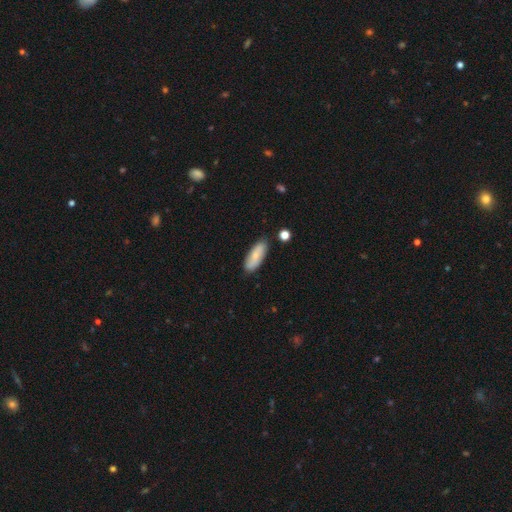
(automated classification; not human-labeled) Smooth or featured: smooth — 76% (featured or disk — 18%)
How rounded: in between — 71% (cigar-shaped — 27%)
Merging: none — 82% (minor disturbance — 12%)